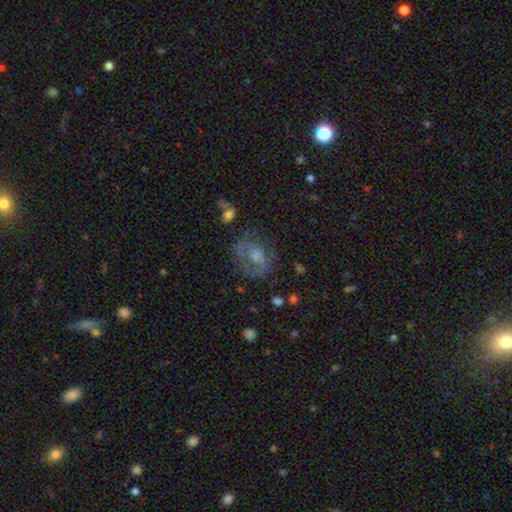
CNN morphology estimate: smooth-or-featured: featured or disk: 48% | smooth: 39% | star or artifact: 13%
  merging: none: 50% | minor disturbance: 23% | major disturbance: 23% | merger: 3%